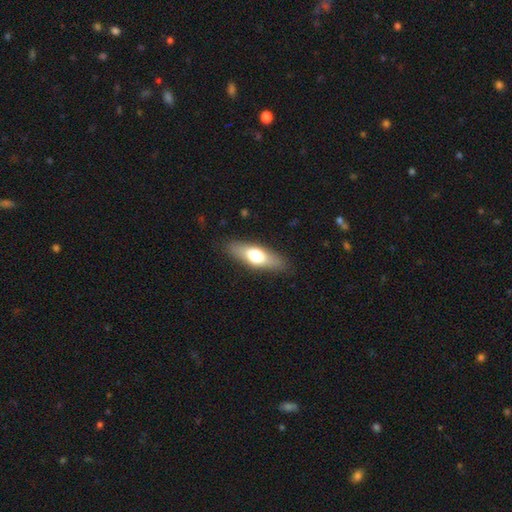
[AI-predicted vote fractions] Smooth or featured? smooth (60%)
How rounded? in between (57%)
Merging? none (86%)